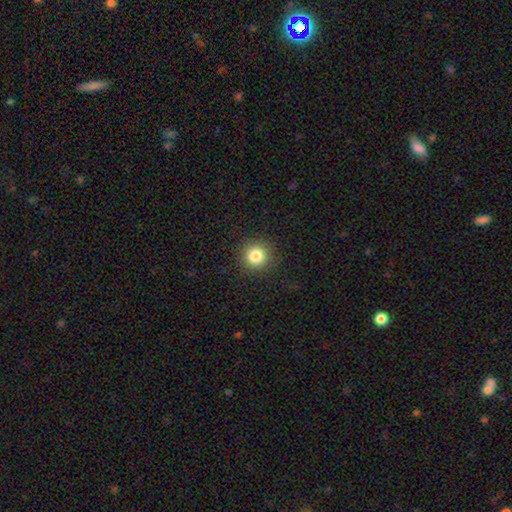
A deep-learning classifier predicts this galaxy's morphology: smooth-or-featured: smooth: 82% | star or artifact: 12% | featured or disk: 6%
  how-rounded: round: 94% | in between: 5% | cigar-shaped: 1%
  merging: none: 91% | minor disturbance: 6% | major disturbance: 2% | merger: 1%